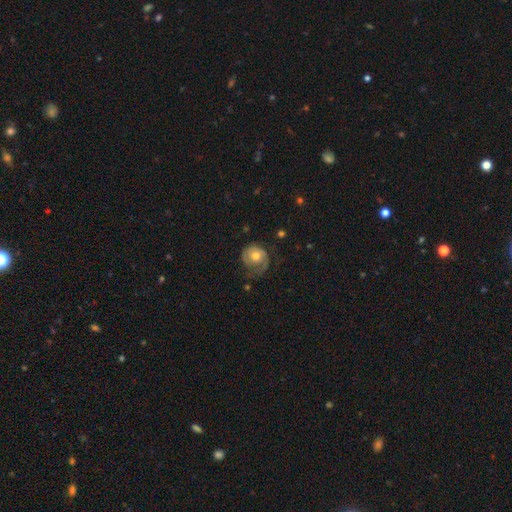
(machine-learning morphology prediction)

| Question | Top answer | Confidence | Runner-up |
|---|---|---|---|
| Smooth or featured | featured or disk | 50% | smooth (44%) |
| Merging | none | 45% | minor disturbance (28%) |